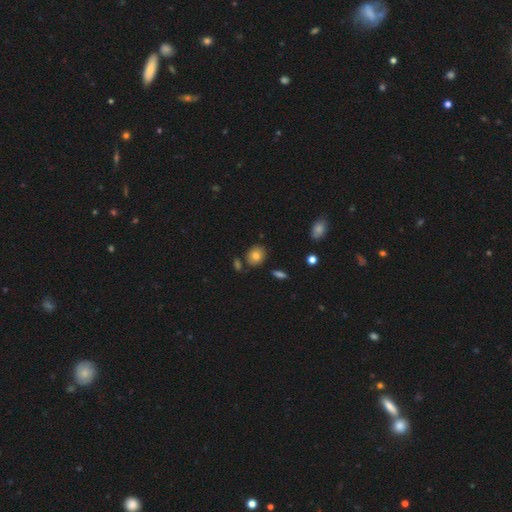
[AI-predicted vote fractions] Smooth or featured: smooth — 78% (featured or disk — 12%)
How rounded: round — 69% (in between — 29%)
Merging: none — 78% (minor disturbance — 12%)